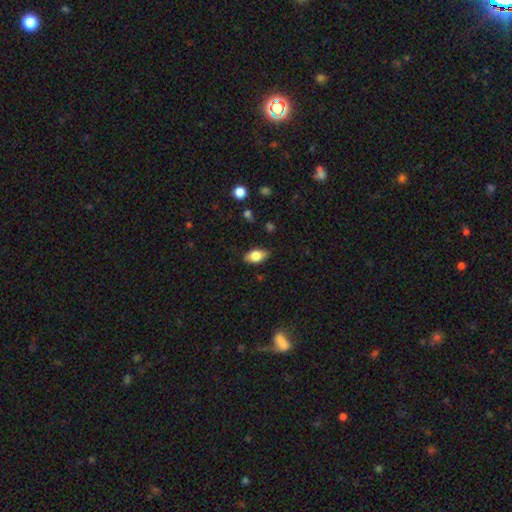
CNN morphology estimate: Q: Smooth or featured?
A: smooth (78%); runner-up: featured or disk (14%)
Q: How rounded?
A: in between (89%); runner-up: round (7%)
Q: Merging?
A: none (83%); runner-up: minor disturbance (13%)